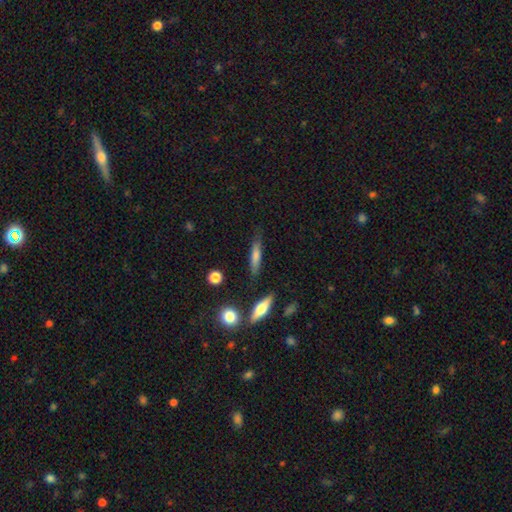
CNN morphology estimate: The model was most divided on "smooth or featured": smooth: 56%, featured or disk: 35%, star or artifact: 9%. More confident: how rounded — cigar-shaped (79%); merging — none (77%).